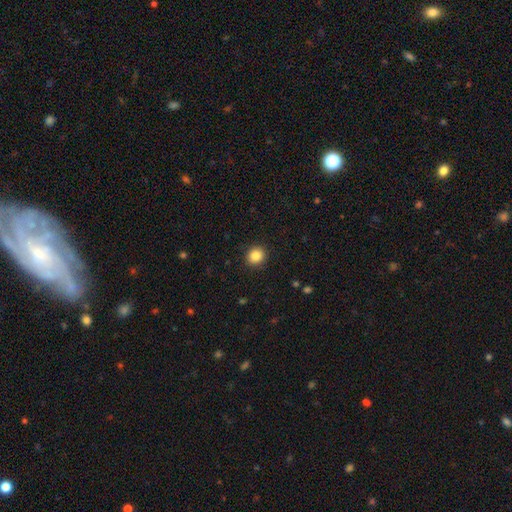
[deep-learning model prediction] Smooth or featured? Predicted: smooth (p=0.85). How rounded? Predicted: round (p=0.86). Merging? Predicted: none (p=0.91).